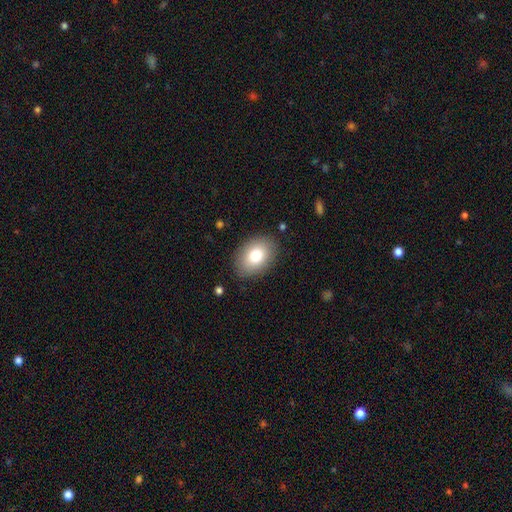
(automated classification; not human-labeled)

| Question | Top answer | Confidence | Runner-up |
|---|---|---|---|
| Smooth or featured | smooth | 79% | featured or disk (13%) |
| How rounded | in between | 78% | round (21%) |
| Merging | none | 87% | minor disturbance (10%) |